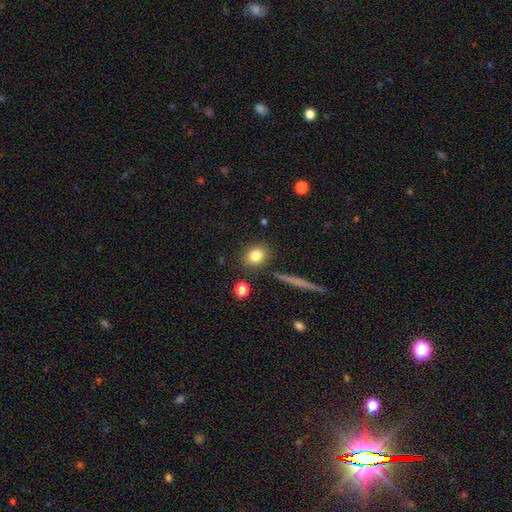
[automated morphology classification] Smooth or featured? Predicted: smooth (p=0.81). How rounded? Predicted: round (p=0.60). Merging? Predicted: none (p=0.85).